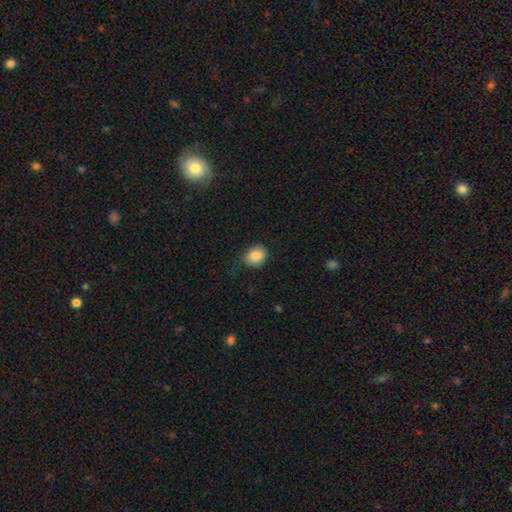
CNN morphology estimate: A smooth galaxy with no disk features (88%) that is round (60%).

Vote fractions:
- Smooth or featured? smooth: 88% / star or artifact: 8% / featured or disk: 4%
- How rounded? round: 60% / in between: 40% / cigar-shaped: 1%
- Merging? none: 72% / minor disturbance: 22% / major disturbance: 5% / merger: 1%